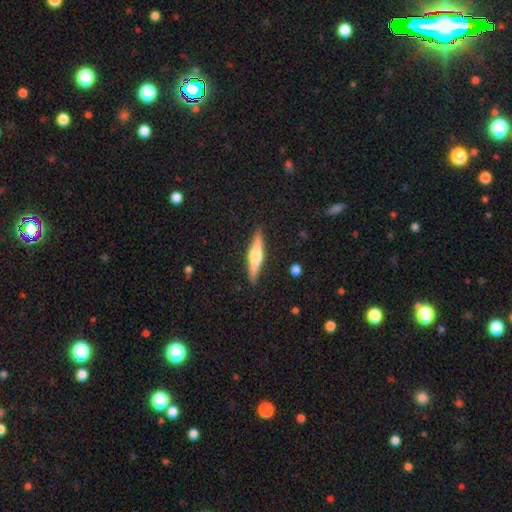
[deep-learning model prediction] This is possibly a featured or disk galaxy (58%). It is clearly viewed edge-on (96%). Edge-on bulge: clearly rounded (88%). Merging: clearly none (90%).